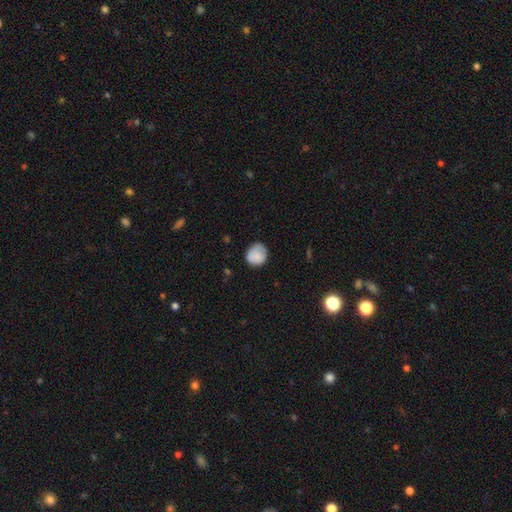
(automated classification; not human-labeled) A smooth galaxy with no disk features (83%) that is round (81%).

Vote fractions:
- Smooth or featured? smooth: 83% / featured or disk: 9% / star or artifact: 8%
- How rounded? round: 81% / in between: 18% / cigar-shaped: 1%
- Merging? none: 73% / minor disturbance: 21% / major disturbance: 4% / merger: 1%